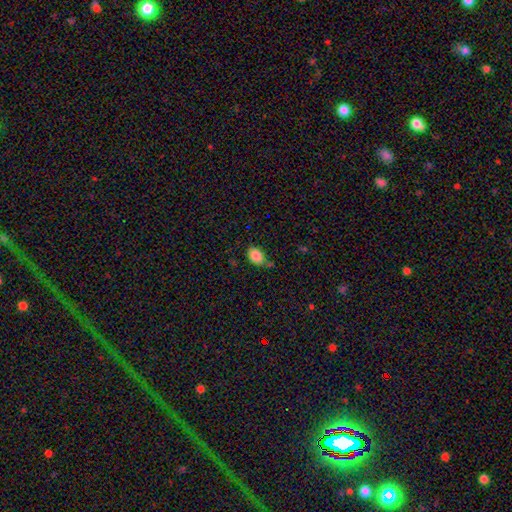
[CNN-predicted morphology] Q: Smooth or featured?
A: smooth (86%); runner-up: star or artifact (8%)
Q: How rounded?
A: in between (77%); runner-up: round (21%)
Q: Merging?
A: none (62%); runner-up: minor disturbance (24%)